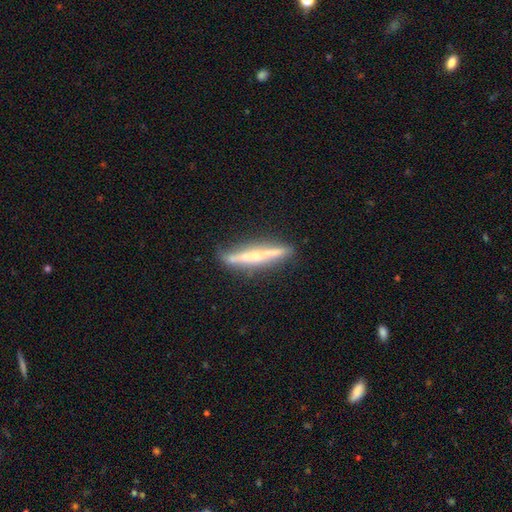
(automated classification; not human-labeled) The model was most divided on "edge-on bulge": rounded: 52%, none: 39%, boxy: 9%. More confident: edge-on disk — yes (95%); merging — none (83%); smooth or featured — featured or disk (68%).